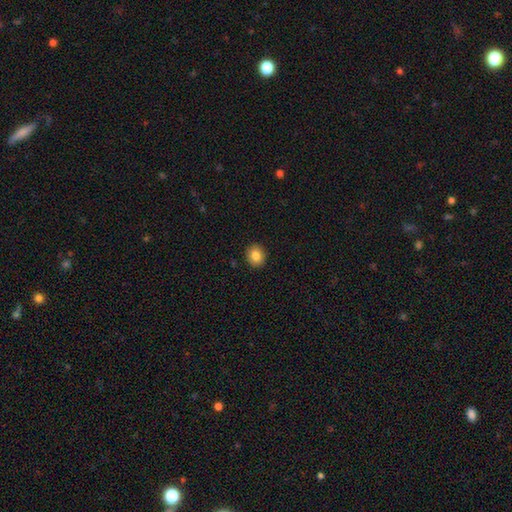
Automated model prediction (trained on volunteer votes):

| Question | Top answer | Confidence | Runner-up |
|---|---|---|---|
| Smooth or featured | smooth | 84% | star or artifact (9%) |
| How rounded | round | 77% | in between (22%) |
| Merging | none | 91% | minor disturbance (6%) |